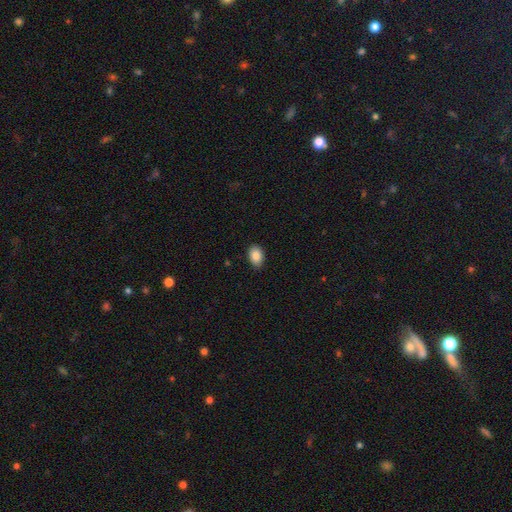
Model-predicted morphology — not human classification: Smooth or featured? Predicted: smooth (p=0.88). How rounded? Predicted: in between (p=0.81). Merging? Predicted: none (p=0.86).